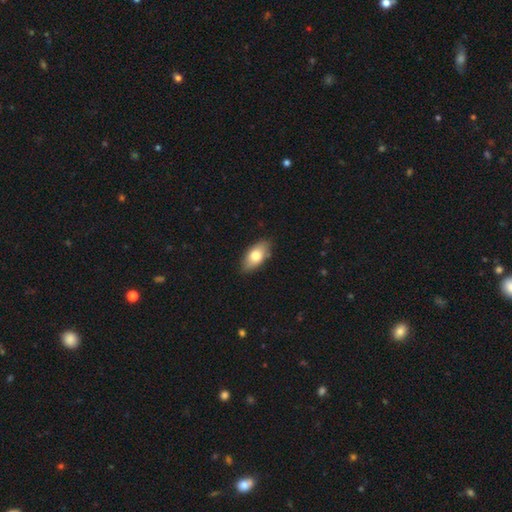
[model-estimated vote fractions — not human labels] A smooth galaxy with no disk features (76%) that is in between round and cigar-shaped (91%).

Vote fractions:
- Smooth or featured? smooth: 76% / featured or disk: 18% / star or artifact: 6%
- How rounded? in between: 91% / cigar-shaped: 5% / round: 4%
- Merging? none: 84% / minor disturbance: 13% / major disturbance: 2% / merger: 1%